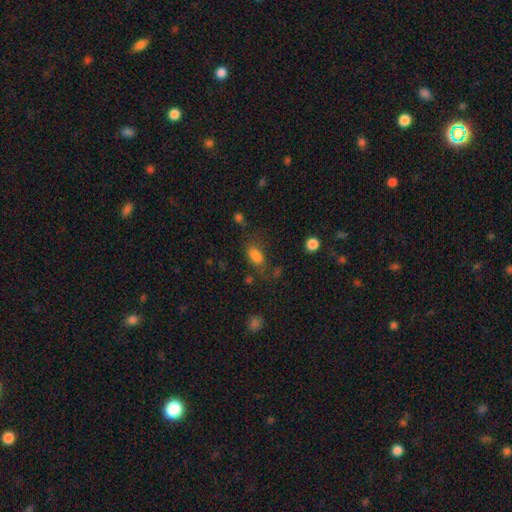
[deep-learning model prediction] Morphology: type=smooth (81%); roundness=in between (85%); merging=none (57%).